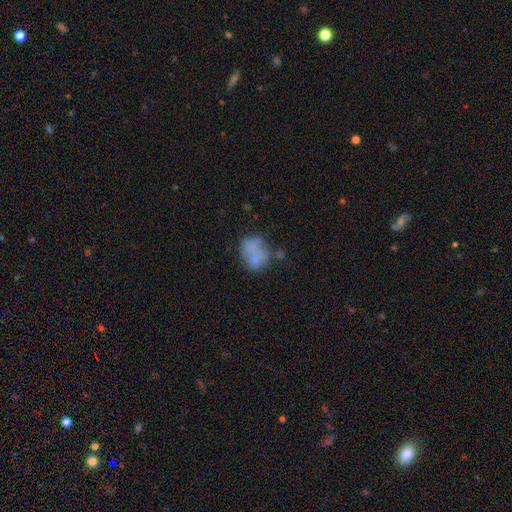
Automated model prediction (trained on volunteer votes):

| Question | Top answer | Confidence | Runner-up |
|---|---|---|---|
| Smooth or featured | smooth | 59% | featured or disk (29%) |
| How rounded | in between | 54% | round (45%) |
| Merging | none | 39% | merger (24%) |